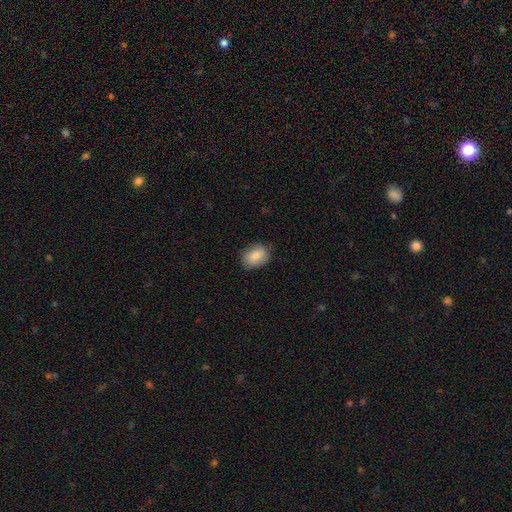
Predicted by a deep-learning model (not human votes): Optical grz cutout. It shows a smooth galaxy with no disk features (84%) that is in between round and cigar-shaped (75%). Merging: none (81%).